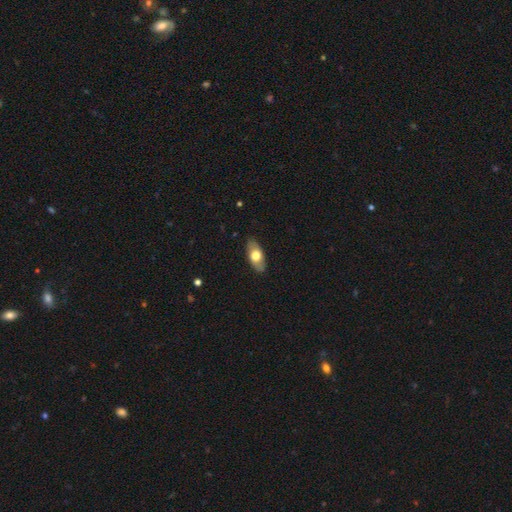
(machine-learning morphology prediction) This is likely a smooth galaxy (62%). How rounded: clearly in between (88%). Merging: clearly none (84%).